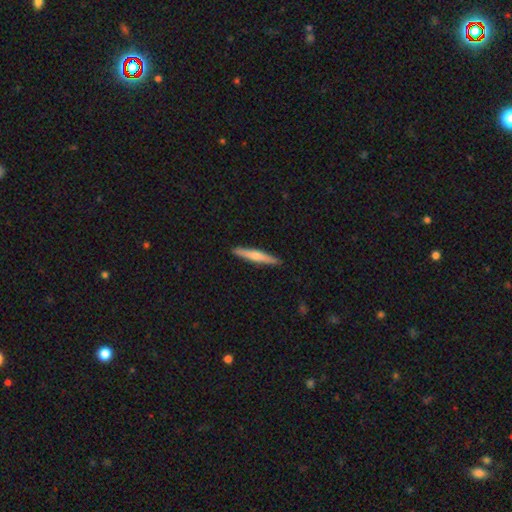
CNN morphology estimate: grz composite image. It shows a smooth galaxy with no disk features (54%) that is cigar-shaped (93%). Merging: none (91%).